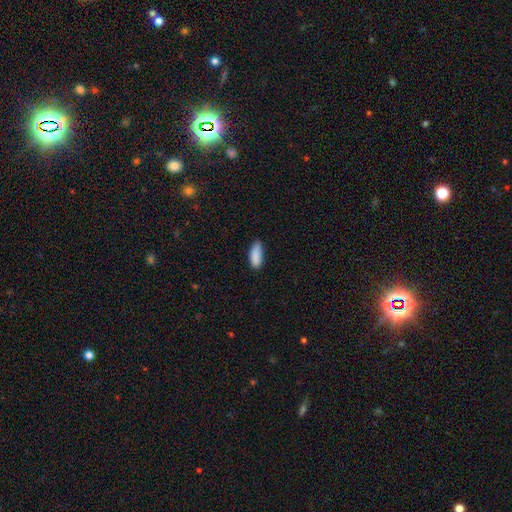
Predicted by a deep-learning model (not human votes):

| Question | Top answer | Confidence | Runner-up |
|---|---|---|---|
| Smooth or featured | smooth | 89% | star or artifact (7%) |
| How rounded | in between | 71% | cigar-shaped (27%) |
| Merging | none | 79% | minor disturbance (18%) |